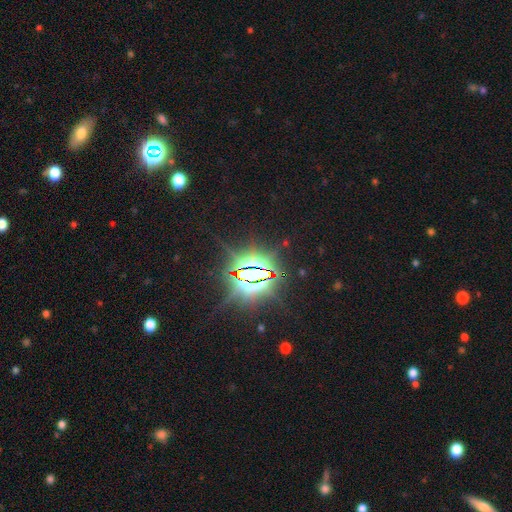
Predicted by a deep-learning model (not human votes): smooth_or_featured: star or artifact (p=0.85) [alt: featured or disk p=0.09]